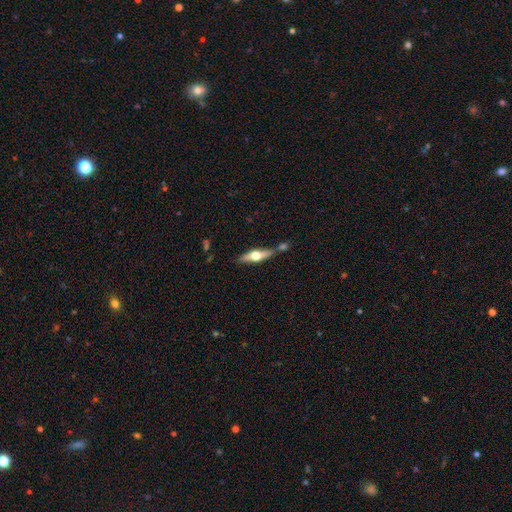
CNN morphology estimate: Smooth or featured? featured or disk (57%)
Edge-on disk? yes (91%)
Edge-on bulge? rounded (95%)
Merging? none (64%)